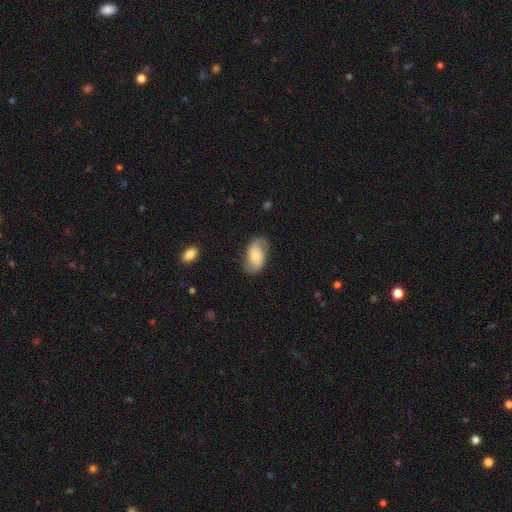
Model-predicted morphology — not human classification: This is possibly a featured or disk galaxy (57%). It is clearly not viewed edge-on (96%). Bar: likely no (66%). Spiral arm pattern: clearly yes (85%). Central bulge: possibly small (47%). Merging: likely none (69%).